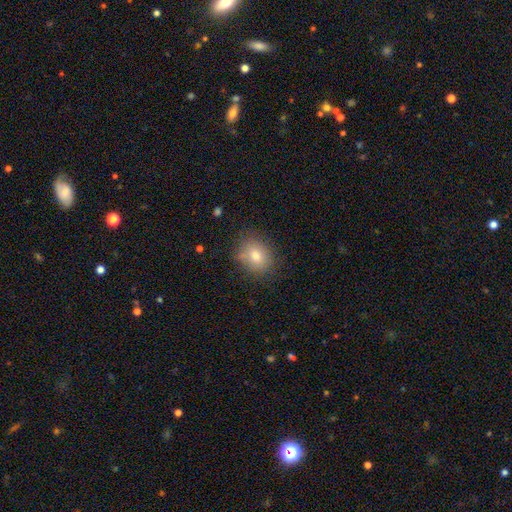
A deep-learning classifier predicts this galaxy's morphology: This appears to be a smooth galaxy with no disk features (77%) that is round (59%). Merging: none (79%).